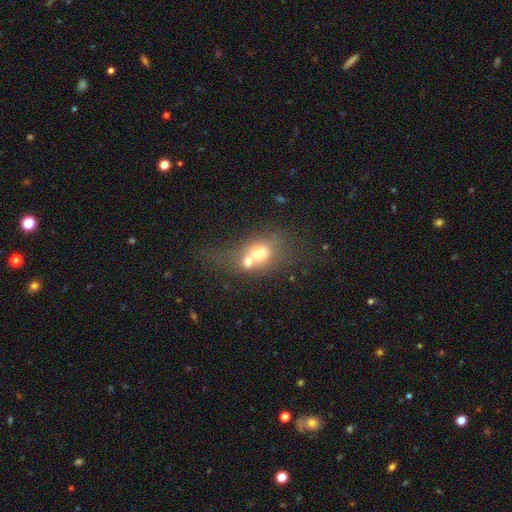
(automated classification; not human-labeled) smooth_or_featured: smooth (p=0.58) [alt: featured or disk p=0.29]
how_rounded: in between (p=0.56) [alt: round p=0.41]
merging: merger (p=0.61) [alt: none p=0.22]